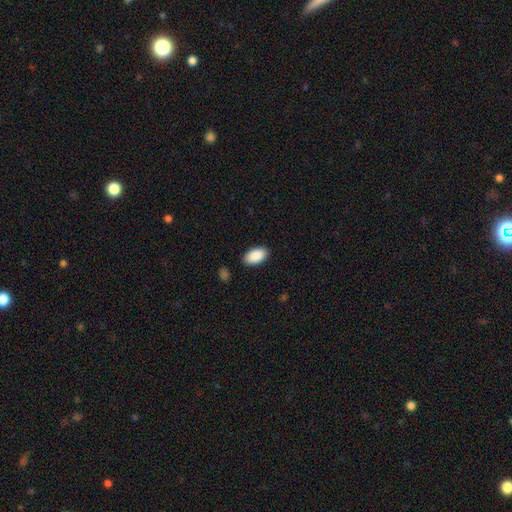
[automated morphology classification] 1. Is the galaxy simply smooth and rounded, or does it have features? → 90% smooth, 6% star or artifact, 3% featured or disk.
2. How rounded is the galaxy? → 95% in between, 3% round, 2% cigar-shaped.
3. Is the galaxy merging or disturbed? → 88% none, 8% minor disturbance, 2% major disturbance, 1% merger.